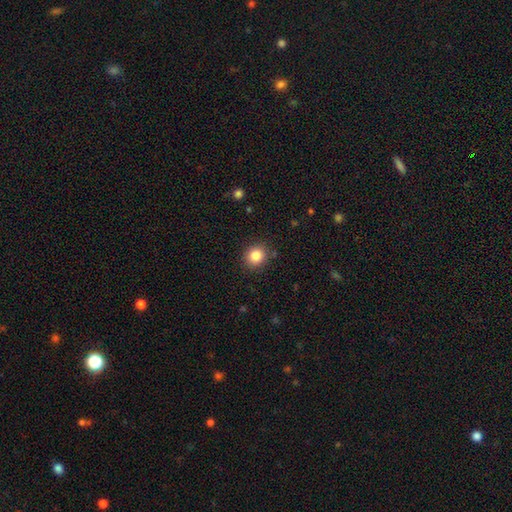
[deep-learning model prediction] A smooth galaxy with no disk features (83%) that is round (83%).

Vote fractions:
- Smooth or featured? smooth: 83% / star or artifact: 11% / featured or disk: 6%
- How rounded? round: 83% / in between: 16% / cigar-shaped: 1%
- Merging? none: 88% / minor disturbance: 8% / major disturbance: 3% / merger: 1%